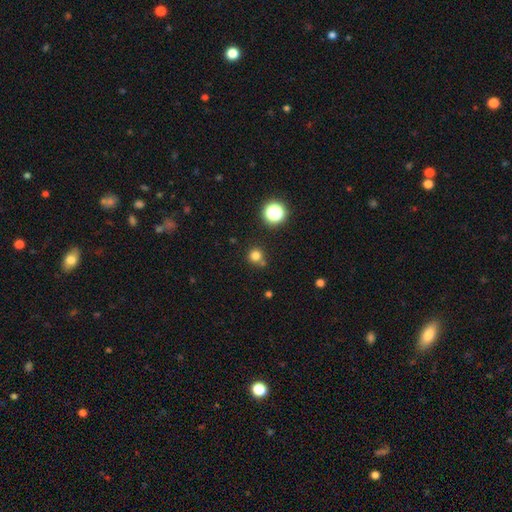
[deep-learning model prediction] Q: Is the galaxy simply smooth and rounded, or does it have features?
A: smooth — 77%.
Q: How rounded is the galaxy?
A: round — 93%.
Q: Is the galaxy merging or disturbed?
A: none — 73%.